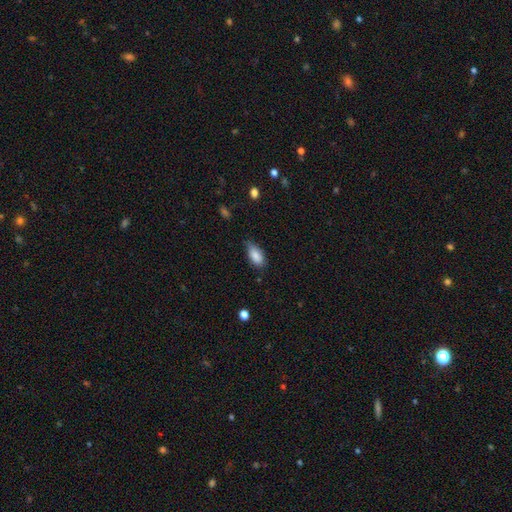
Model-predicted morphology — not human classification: type=smooth (86%); roundness=in between (89%); merging=none (55%).